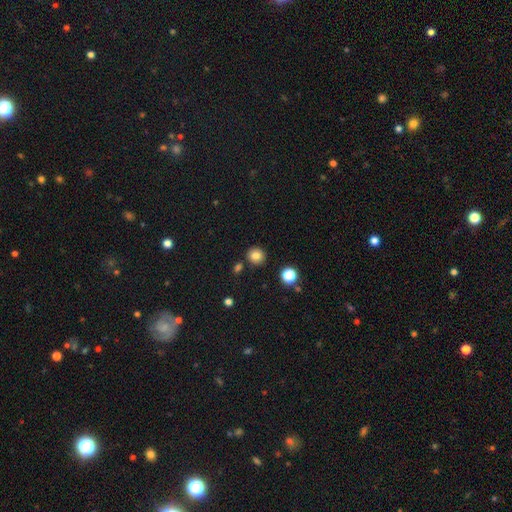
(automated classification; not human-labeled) smooth_or_featured: smooth (p=0.82) [alt: star or artifact p=0.12]
how_rounded: round (p=0.90) [alt: in between p=0.09]
merging: none (p=0.86) [alt: minor disturbance p=0.07]